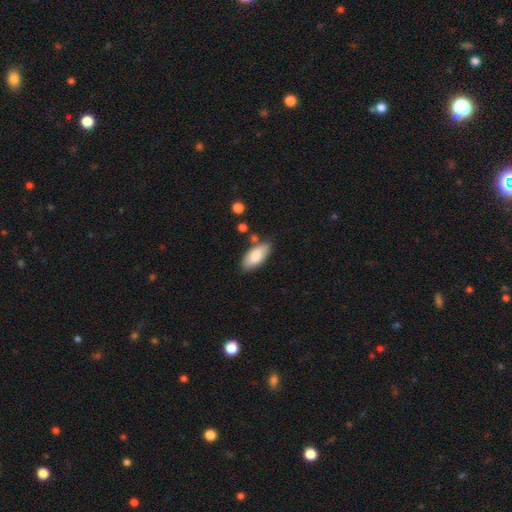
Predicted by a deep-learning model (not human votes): A smooth galaxy with no disk features (85%) that is in between round and cigar-shaped (88%). Merging: none (77%).